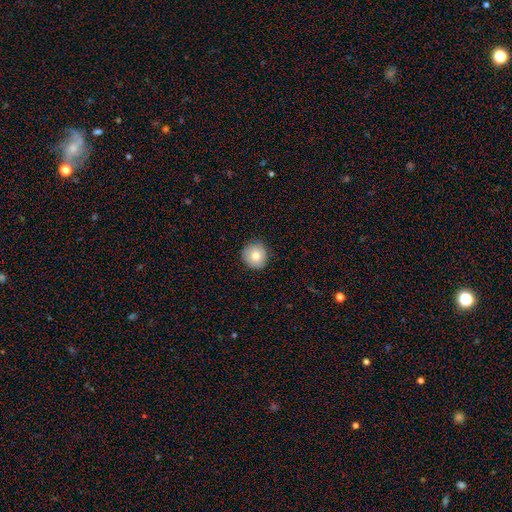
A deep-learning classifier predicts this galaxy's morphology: A smooth galaxy with no disk features (79%) that is round (93%).

Vote fractions:
- Smooth or featured? smooth: 79% / featured or disk: 12% / star or artifact: 8%
- How rounded? round: 93% / in between: 6% / cigar-shaped: 1%
- Merging? none: 86% / minor disturbance: 11% / major disturbance: 2% / merger: 1%